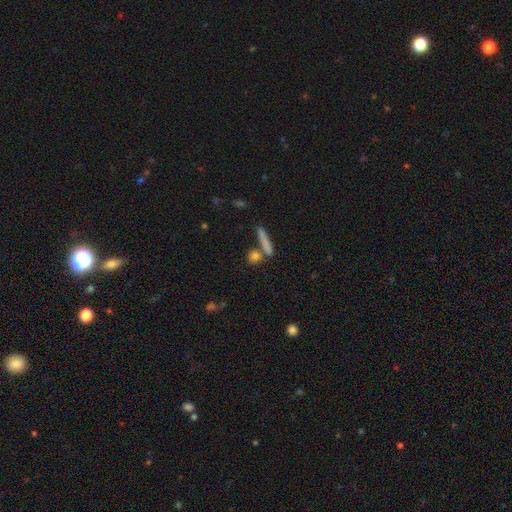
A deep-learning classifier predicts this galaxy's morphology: Smooth or featured?
  - smooth: 74% *
  - featured or disk: 14%
  - star or artifact: 12%
How rounded?
  - cigar-shaped: 47% *
  - round: 36%
  - in between: 18%
Merging?
  - none: 71% *
  - merger: 17%
  - minor disturbance: 9%
  - major disturbance: 4%